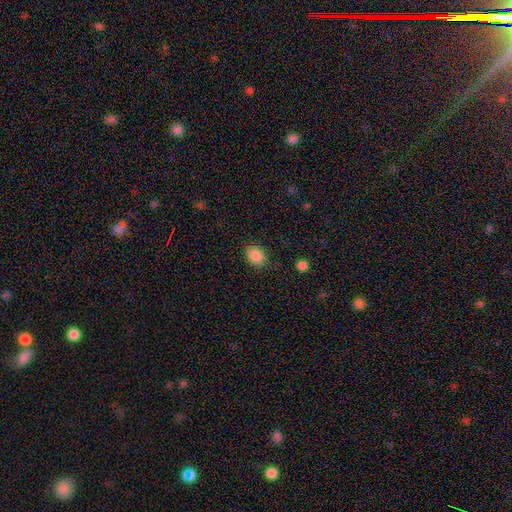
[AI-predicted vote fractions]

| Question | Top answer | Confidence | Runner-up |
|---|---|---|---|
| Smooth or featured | smooth | 87% | star or artifact (9%) |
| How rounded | in between | 62% | round (38%) |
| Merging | none | 82% | minor disturbance (13%) |